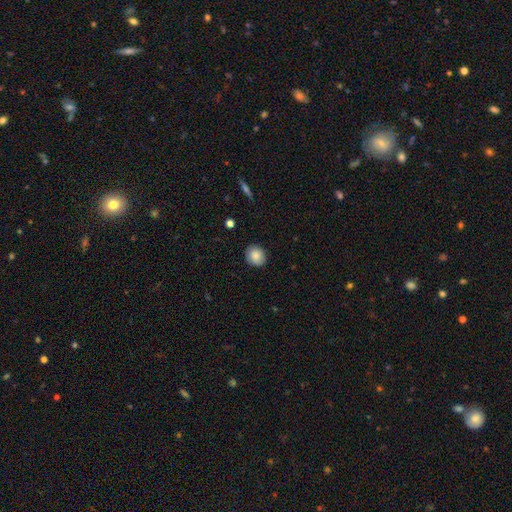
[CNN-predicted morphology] This is clearly a smooth galaxy (85%). How rounded: likely round (78%). Merging: clearly none (88%).